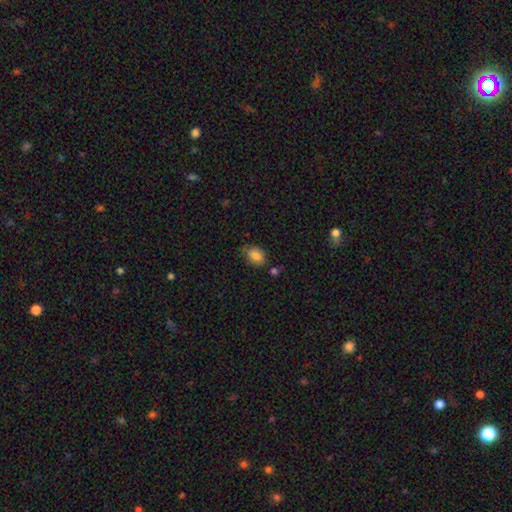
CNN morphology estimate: Smooth or featured? Predicted: smooth (p=0.84). How rounded? Predicted: in between (p=0.78). Merging? Predicted: none (p=0.65).